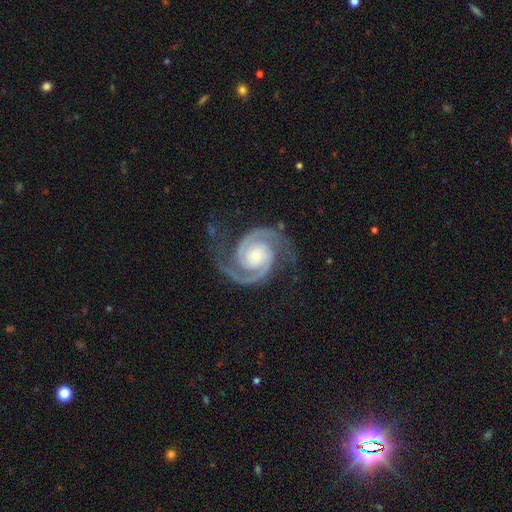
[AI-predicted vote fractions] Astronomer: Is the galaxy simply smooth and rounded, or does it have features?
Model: featured or disk — 94%.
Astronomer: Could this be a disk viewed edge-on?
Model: no — 98%.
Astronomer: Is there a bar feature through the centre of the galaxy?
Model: no — 70%.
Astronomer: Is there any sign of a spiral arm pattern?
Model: yes — 99%.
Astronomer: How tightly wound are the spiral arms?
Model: tight — 51% (runner-up: medium, 43%).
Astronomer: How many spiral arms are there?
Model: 2 — 94%.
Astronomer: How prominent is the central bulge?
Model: small — 44% (runner-up: moderate, 38%).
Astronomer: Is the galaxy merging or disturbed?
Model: none — 77%.